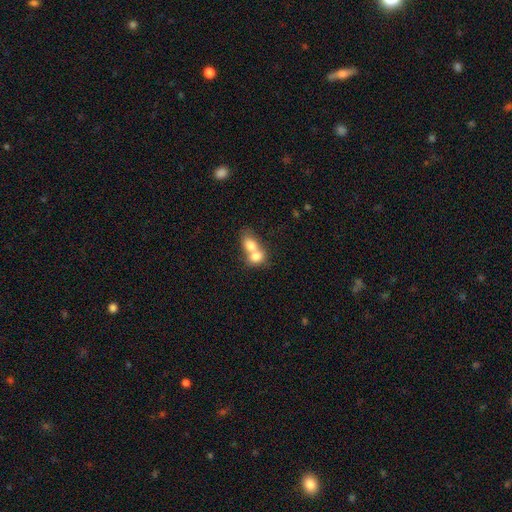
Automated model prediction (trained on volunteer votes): The model was most divided on "how rounded": in between: 53%, round: 45%, cigar-shaped: 2%. More confident: merging — merger (76%); smooth or featured — smooth (74%).